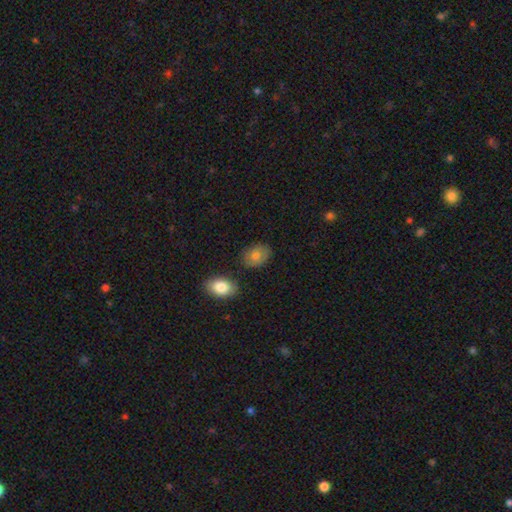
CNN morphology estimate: This appears to be a smooth galaxy with no disk features (76%) that is in between round and cigar-shaped (71%). Merging: none (79%).